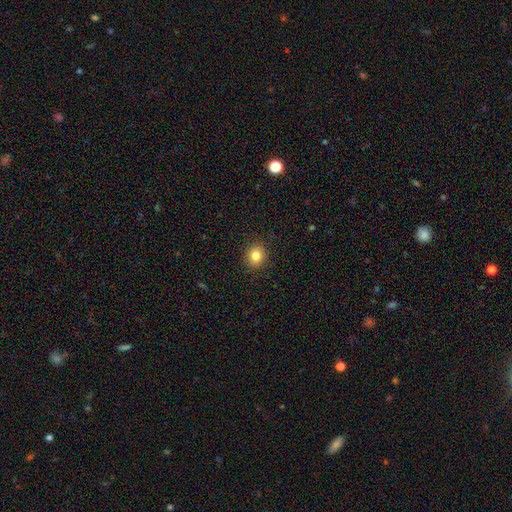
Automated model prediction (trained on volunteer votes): Q: Smooth or featured?
A: smooth (83%); runner-up: star or artifact (11%)
Q: How rounded?
A: round (78%); runner-up: in between (21%)
Q: Merging?
A: none (90%); runner-up: minor disturbance (7%)